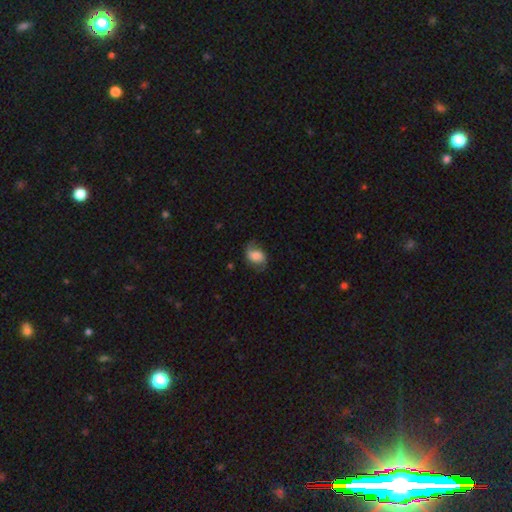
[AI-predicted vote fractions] Smooth or featured? smooth (52%)
How rounded? in between (69%)
Merging? none (66%)